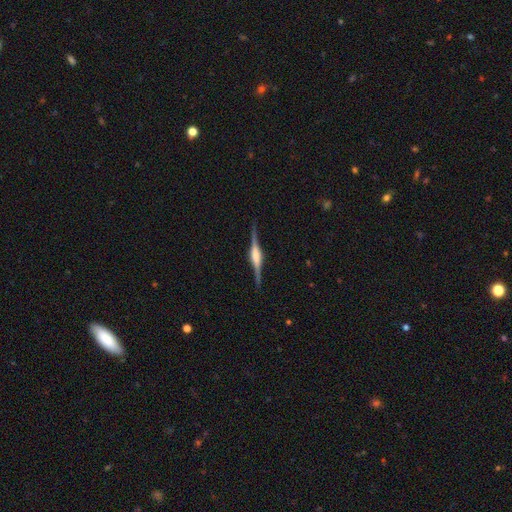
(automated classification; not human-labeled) Q: Smooth or featured?
A: featured or disk (83%); runner-up: smooth (11%)
Q: Edge-on disk?
A: yes (98%); runner-up: no (2%)
Q: Edge-on bulge?
A: rounded (54%); runner-up: boxy (41%)
Q: Merging?
A: none (88%); runner-up: minor disturbance (8%)